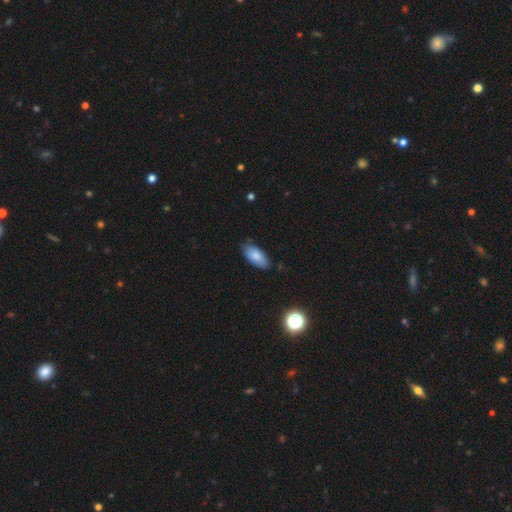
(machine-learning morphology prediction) Q: Smooth or featured?
A: smooth (80%); runner-up: featured or disk (13%)
Q: How rounded?
A: in between (89%); runner-up: cigar-shaped (9%)
Q: Merging?
A: none (82%); runner-up: minor disturbance (15%)